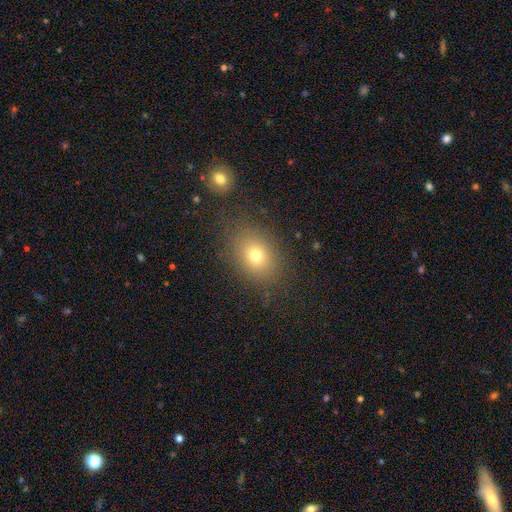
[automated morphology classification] This appears to be a smooth galaxy with no disk features (72%) that is in between round and cigar-shaped (59%). Merging: none (81%).